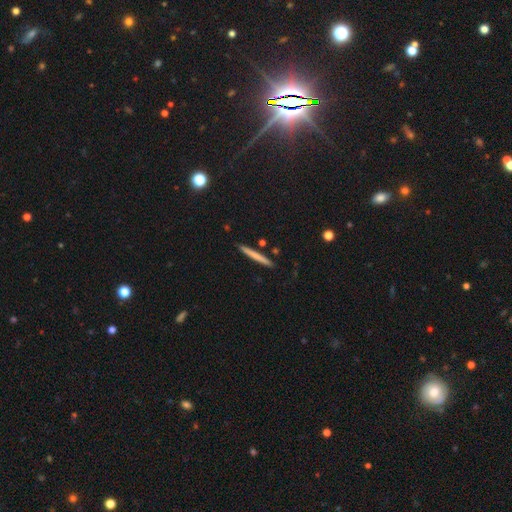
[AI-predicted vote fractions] Smooth or featured? smooth (68%)
How rounded? cigar-shaped (97%)
Merging? none (90%)